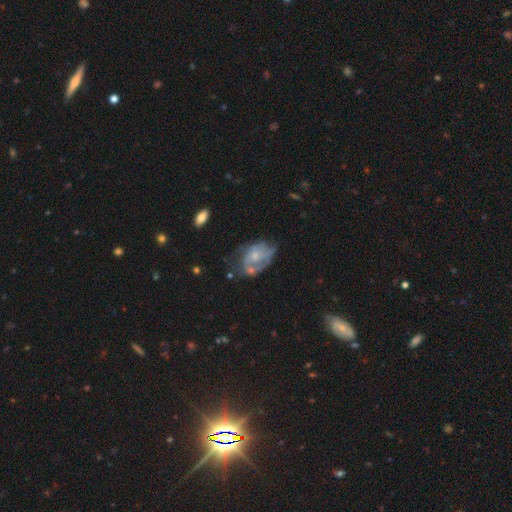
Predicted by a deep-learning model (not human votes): Smooth or featured?
  - featured or disk: 61% *
  - smooth: 31%
  - star or artifact: 9%
Edge-on disk?
  - no: 97% *
  - yes: 3%
Bar?
  - no: 79% *
  - weak: 18%
  - strong: 3%
Spiral arms?
  - yes: 52% *
  - no: 48%
Bulge size?
  - small: 53% *
  - moderate: 31%
  - none: 12%
  - large: 2%
  - dominant: 1%
Merging?
  - none: 36% *
  - minor disturbance: 28%
  - major disturbance: 27%
  - merger: 8%